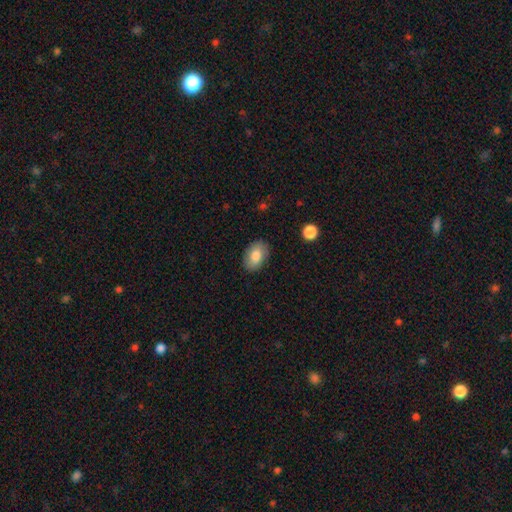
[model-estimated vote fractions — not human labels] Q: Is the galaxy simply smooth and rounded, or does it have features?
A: smooth — 81%.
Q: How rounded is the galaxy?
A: in between — 88%.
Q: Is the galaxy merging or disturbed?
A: none — 87%.